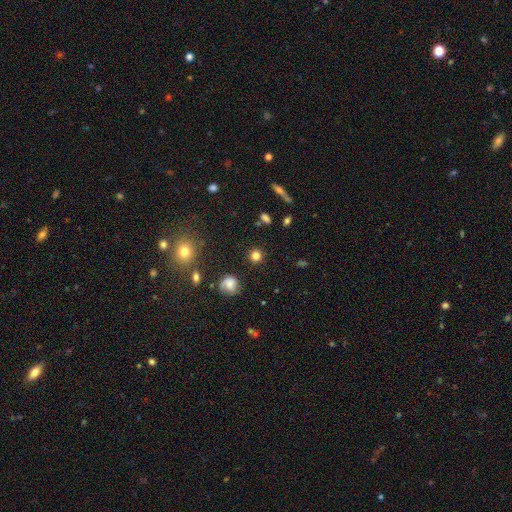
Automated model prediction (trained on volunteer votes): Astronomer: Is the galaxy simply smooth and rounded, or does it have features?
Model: smooth — 79%.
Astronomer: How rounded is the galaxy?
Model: round — 92%.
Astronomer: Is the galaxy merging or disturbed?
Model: none — 87%.